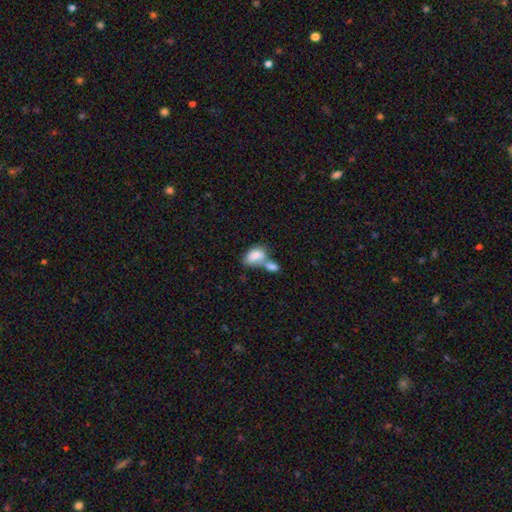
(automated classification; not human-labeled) This is likely a smooth galaxy (80%). How rounded: clearly in between (91%). Merging: likely merger (65%).